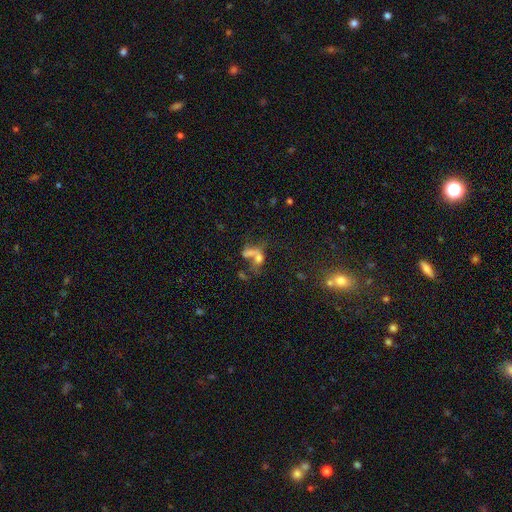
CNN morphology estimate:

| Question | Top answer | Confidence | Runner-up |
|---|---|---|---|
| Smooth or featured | smooth | 48% | featured or disk (30%) |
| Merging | merger | 55% | none (19%) |